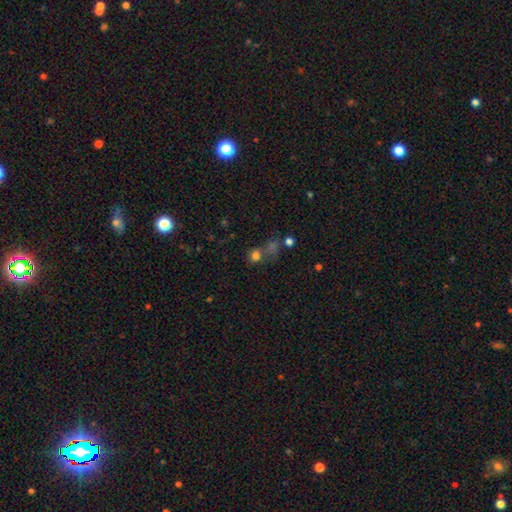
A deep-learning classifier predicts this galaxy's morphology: Smooth or featured? Predicted: smooth (p=0.70). How rounded? Predicted: round (p=0.79). Merging? Predicted: none (p=0.50).